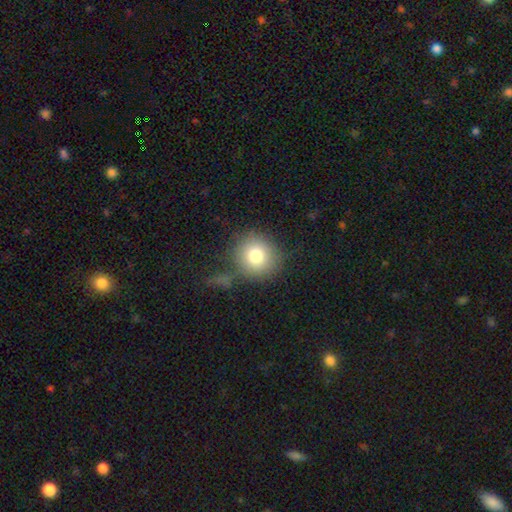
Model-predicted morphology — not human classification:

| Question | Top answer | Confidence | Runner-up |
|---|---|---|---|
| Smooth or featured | smooth | 79% | featured or disk (11%) |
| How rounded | round | 92% | in between (7%) |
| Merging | none | 74% | minor disturbance (12%) |